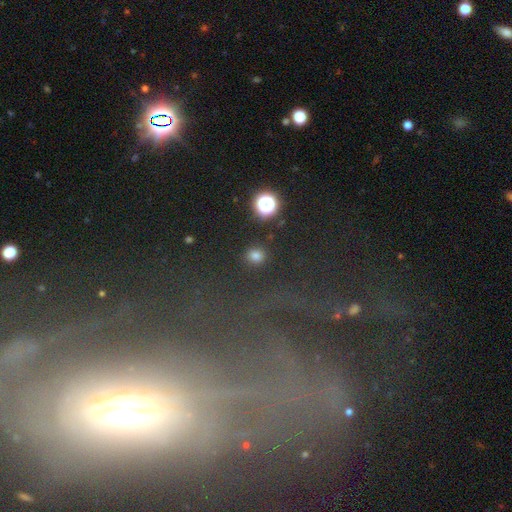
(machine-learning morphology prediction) Smooth or featured: smooth — 77% (star or artifact — 18%)
How rounded: round — 86% (in between — 13%)
Merging: none — 90% (minor disturbance — 6%)